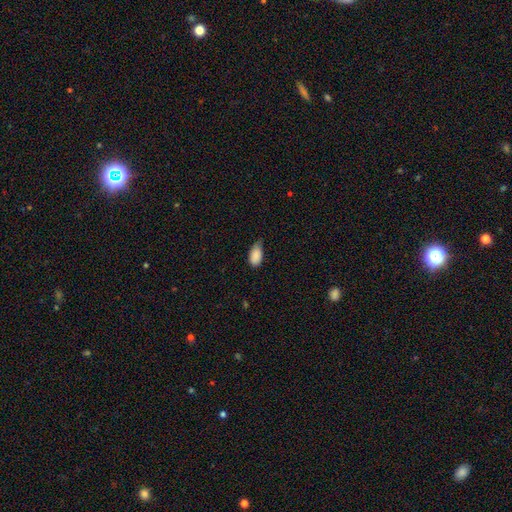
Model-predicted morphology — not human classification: Smooth or featured?
  - smooth: 89% *
  - star or artifact: 7%
  - featured or disk: 4%
How rounded?
  - in between: 93% *
  - round: 4%
  - cigar-shaped: 3%
Merging?
  - none: 46% *
  - minor disturbance: 45%
  - major disturbance: 8%
  - merger: 2%